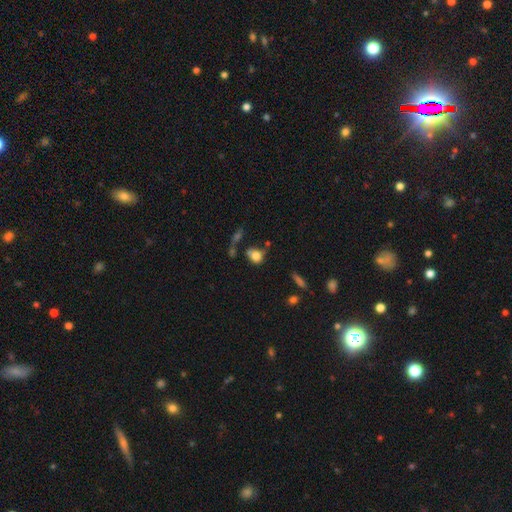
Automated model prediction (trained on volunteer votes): smooth 78%, featured or disk 12%, star or artifact 10%. Down the decision tree: how rounded — in between (53%); merging — none (50%).